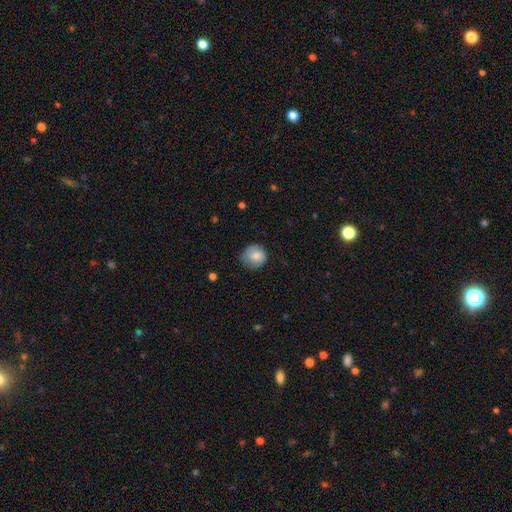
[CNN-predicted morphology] The model was most divided on "merging": none: 72%, minor disturbance: 22%, major disturbance: 5%, merger: 1%. More confident: how rounded — round (86%); smooth or featured — smooth (78%).